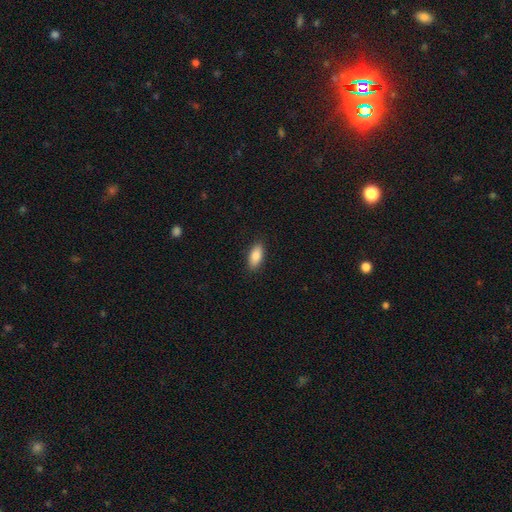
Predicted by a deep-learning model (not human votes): Q: Smooth or featured?
A: smooth (86%); runner-up: featured or disk (7%)
Q: How rounded?
A: in between (86%); runner-up: cigar-shaped (12%)
Q: Merging?
A: none (89%); runner-up: minor disturbance (8%)